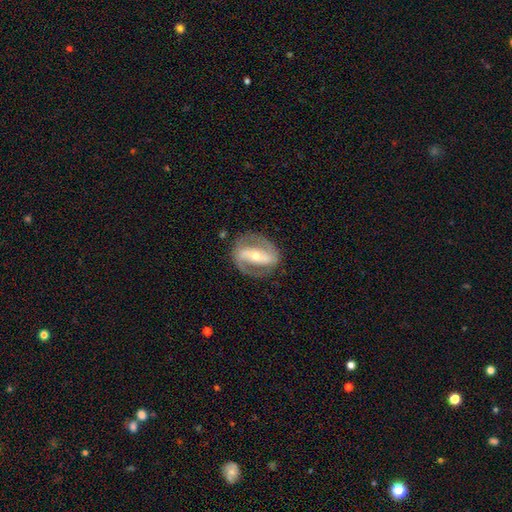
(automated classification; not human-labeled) Smooth or featured: featured or disk — 85% (smooth — 10%)
Edge-on disk: no — 95% (yes — 5%)
Bar: strong — 67% (weak — 19%)
Spiral arms: yes — 87% (no — 13%)
Spiral winding: medium — 46% (tight — 36%)
Spiral arm count: 2 — 89% (can't tell — 5%)
Bulge size: moderate — 52% (small — 43%)
Merging: none — 82% (minor disturbance — 11%)